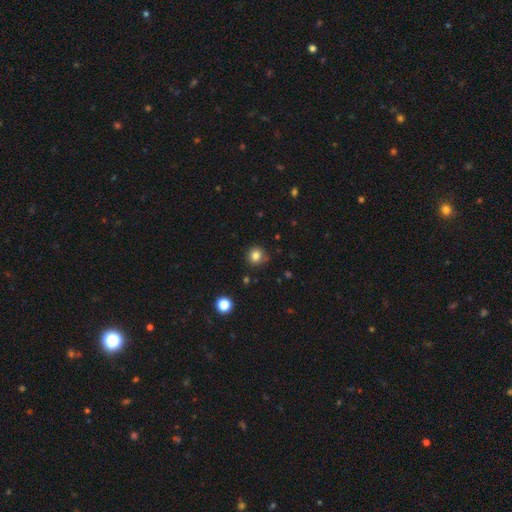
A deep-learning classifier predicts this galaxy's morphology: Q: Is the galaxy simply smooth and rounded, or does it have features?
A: smooth — 82%.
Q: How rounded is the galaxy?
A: round — 91%.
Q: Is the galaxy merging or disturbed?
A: none — 82%.